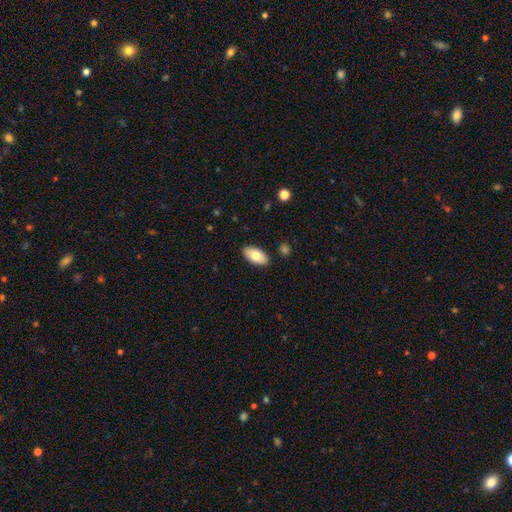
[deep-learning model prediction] smooth 77%, featured or disk 17%, star or artifact 6%. Down the decision tree: how rounded — in between (94%); merging — none (88%).